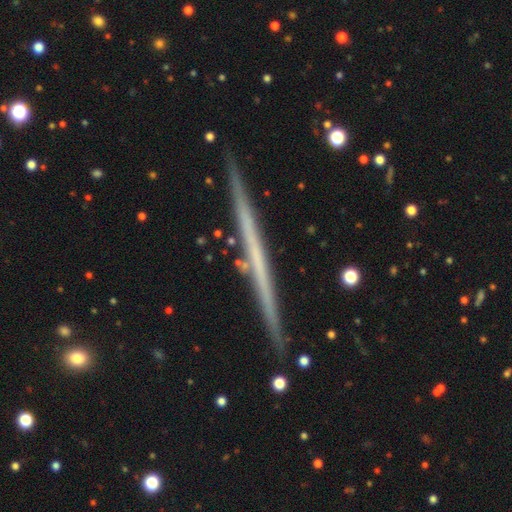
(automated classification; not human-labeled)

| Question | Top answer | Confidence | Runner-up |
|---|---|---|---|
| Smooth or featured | featured or disk | 69% | smooth (25%) |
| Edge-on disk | yes | 98% | no (2%) |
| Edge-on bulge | none | 93% | rounded (4%) |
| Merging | none | 90% | minor disturbance (7%) |